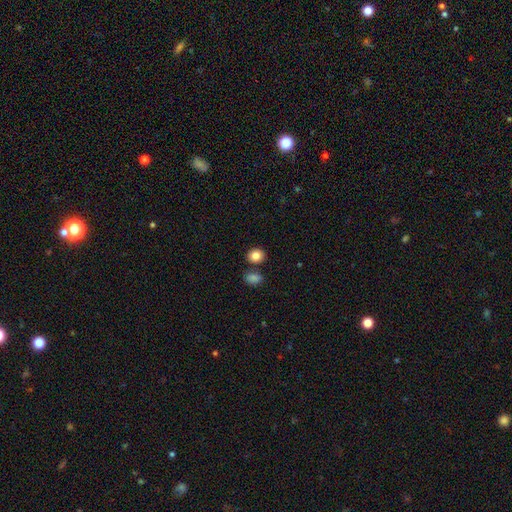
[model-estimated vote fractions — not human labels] Q: Smooth or featured?
A: smooth (85%); runner-up: star or artifact (9%)
Q: How rounded?
A: round (61%); runner-up: in between (38%)
Q: Merging?
A: none (77%); runner-up: merger (10%)